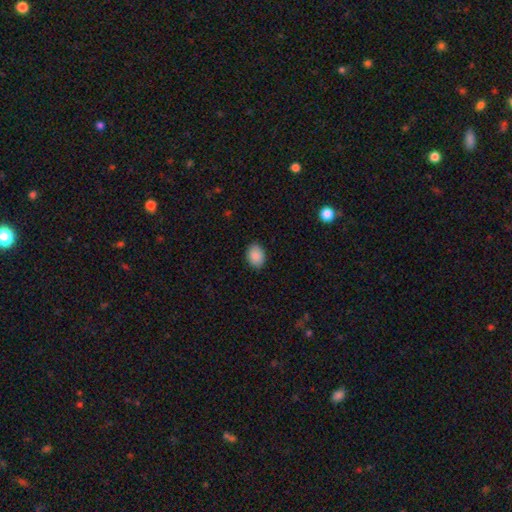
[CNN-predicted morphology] A smooth galaxy with no disk features (89%) that is in between round and cigar-shaped (74%). Merging: none (88%).